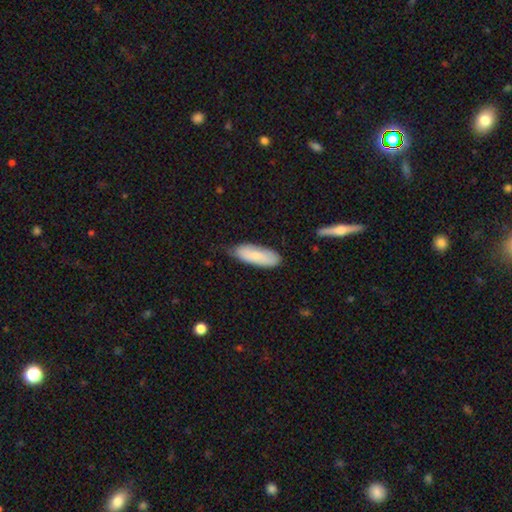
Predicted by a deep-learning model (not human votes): Smooth or featured? Predicted: smooth (p=0.80). How rounded? Predicted: in between (p=0.68). Merging? Predicted: none (p=0.67).